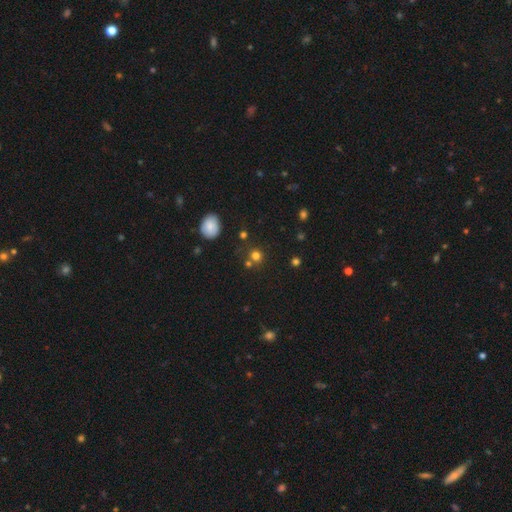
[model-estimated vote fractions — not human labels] This is likely a smooth galaxy (73%). How rounded: clearly round (89%). Merging: likely none (70%).